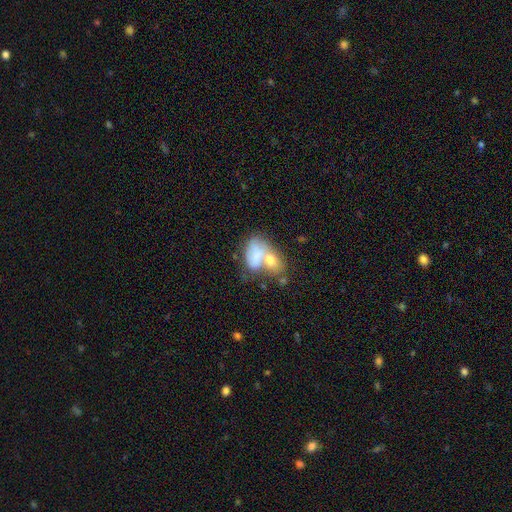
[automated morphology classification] Smooth or featured?
  - smooth: 65% *
  - featured or disk: 27%
  - star or artifact: 8%
How rounded?
  - in between: 86% *
  - round: 12%
  - cigar-shaped: 2%
Merging?
  - merger: 63% *
  - none: 16%
  - minor disturbance: 11%
  - major disturbance: 10%